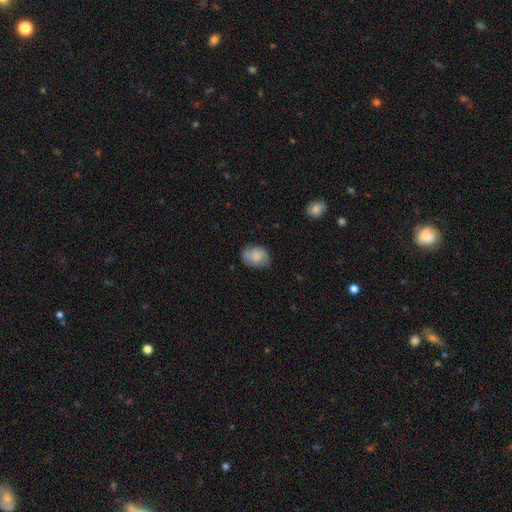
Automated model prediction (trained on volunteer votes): Smooth or featured? smooth (65%)
How rounded? in between (62%)
Merging? none (63%)